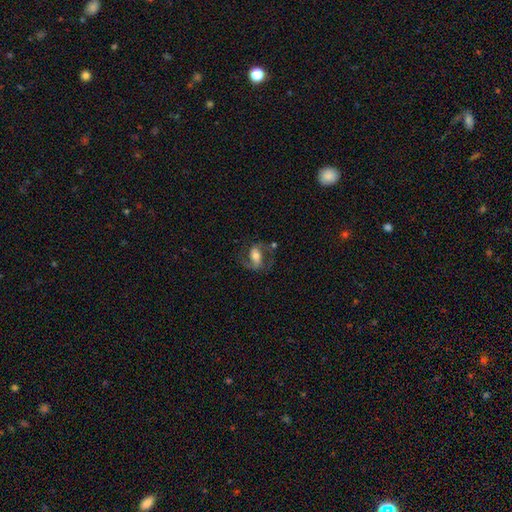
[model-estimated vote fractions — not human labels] featured or disk 69%, smooth 24%, star or artifact 7%. Down the decision tree: edge-on disk — no (95%); bar — strong (41%); spiral arms — yes (89%); spiral arm count — 2 (87%); spiral winding — medium (51%); bulge size — moderate (60%); merging — none (62%).